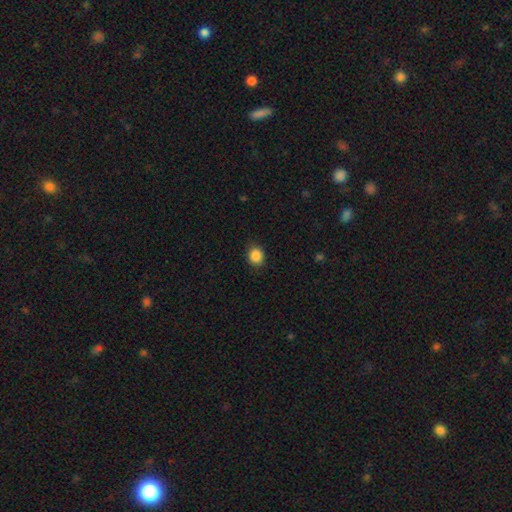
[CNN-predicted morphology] A smooth galaxy with no disk features (87%) that is round (78%).

Vote fractions:
- Smooth or featured? smooth: 87% / star or artifact: 10% / featured or disk: 3%
- How rounded? round: 78% / in between: 21% / cigar-shaped: 1%
- Merging? none: 87% / minor disturbance: 10% / major disturbance: 2% / merger: 1%